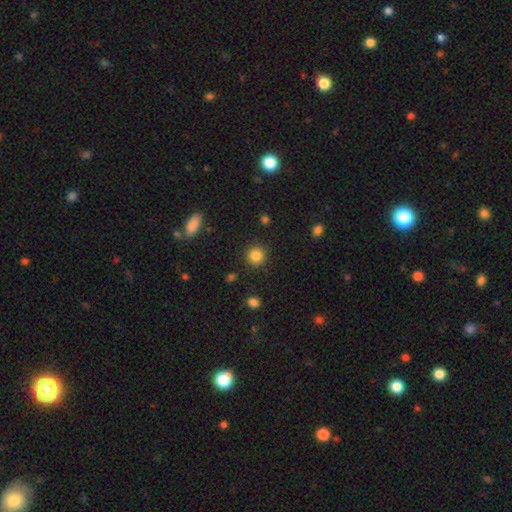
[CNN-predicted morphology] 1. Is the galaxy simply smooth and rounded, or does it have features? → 85% smooth, 11% star or artifact, 4% featured or disk.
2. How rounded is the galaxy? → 93% round, 6% in between, 1% cigar-shaped.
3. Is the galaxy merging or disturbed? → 90% none, 6% minor disturbance, 2% major disturbance, 1% merger.